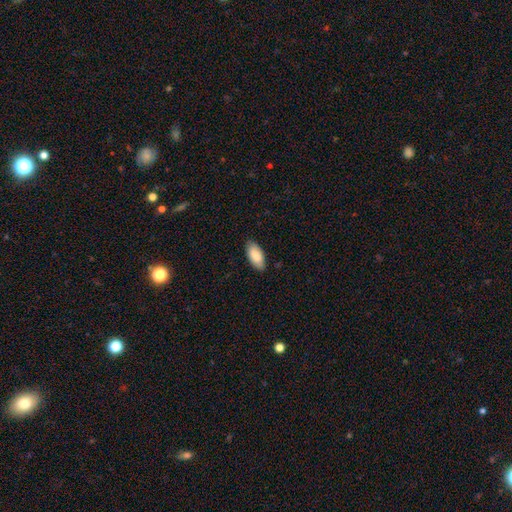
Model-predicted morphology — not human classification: A smooth galaxy with no disk features (87%) that is in between round and cigar-shaped (91%).

Vote fractions:
- Smooth or featured? smooth: 87% / featured or disk: 7% / star or artifact: 6%
- How rounded? in between: 91% / cigar-shaped: 7% / round: 2%
- Merging? none: 86% / minor disturbance: 11% / major disturbance: 2% / merger: 1%